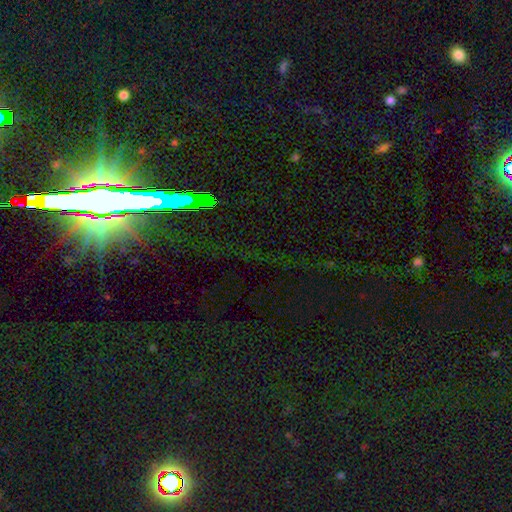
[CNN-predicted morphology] Q: Smooth or featured?
A: star or artifact (77%); runner-up: featured or disk (13%)